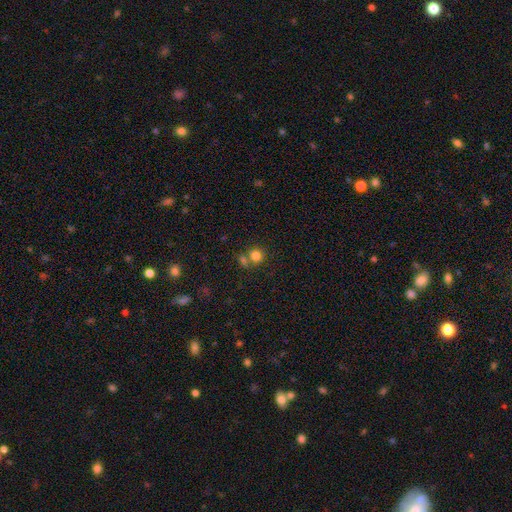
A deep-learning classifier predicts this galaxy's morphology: Smooth or featured? smooth (81%)
How rounded? round (84%)
Merging? none (58%)